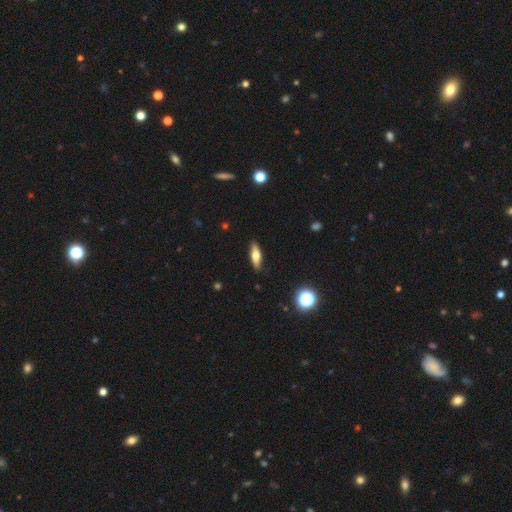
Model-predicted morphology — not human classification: smooth 60%, featured or disk 32%, star or artifact 8%. Down the decision tree: how rounded — cigar-shaped (52%); merging — none (88%).